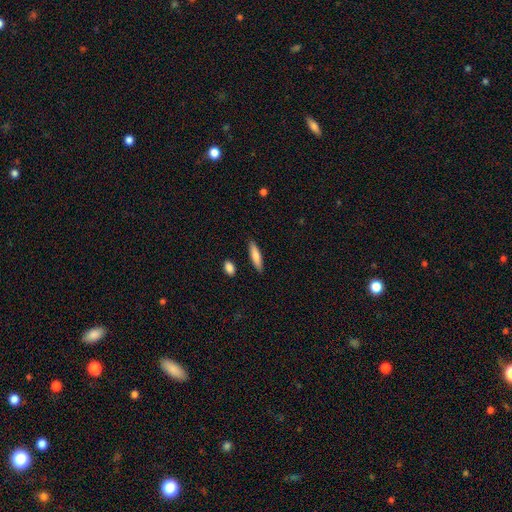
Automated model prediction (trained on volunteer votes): Morphology: type=smooth (80%); roundness=cigar-shaped (74%); merging=none (87%).